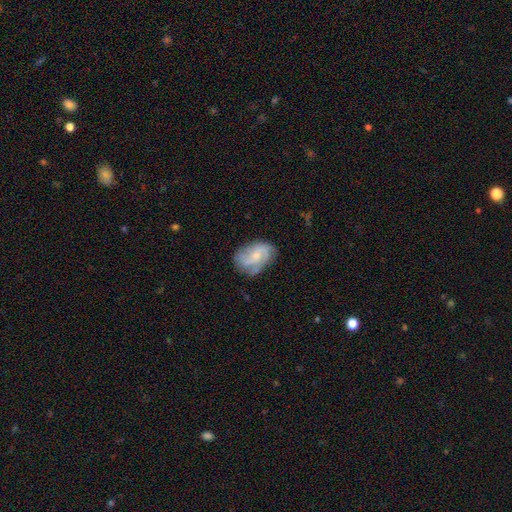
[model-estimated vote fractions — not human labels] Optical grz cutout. It shows a featured or disk galaxy (68%) with no bar (62%), 3 (32%) medium (45%) spiral arms (90%) and a small central bulge (55%). Merging: none (66%).